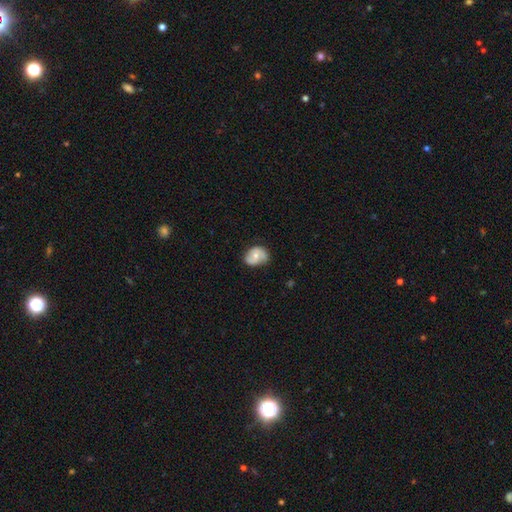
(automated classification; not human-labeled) Morphology: type=smooth (49%); merging=none (59%).